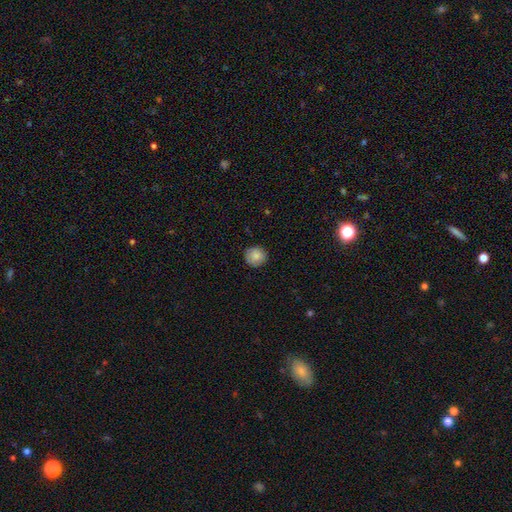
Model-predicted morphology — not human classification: smooth_or_featured: smooth (p=0.85) [alt: star or artifact p=0.08]
how_rounded: round (p=0.93) [alt: in between p=0.06]
merging: none (p=0.89) [alt: minor disturbance p=0.09]